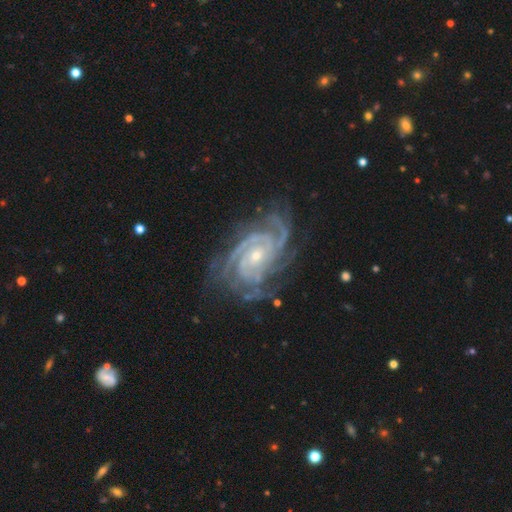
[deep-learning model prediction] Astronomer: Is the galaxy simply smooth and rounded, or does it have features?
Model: featured or disk — 93%.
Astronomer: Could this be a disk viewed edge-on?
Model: no — 97%.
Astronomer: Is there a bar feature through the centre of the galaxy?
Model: no — 68%.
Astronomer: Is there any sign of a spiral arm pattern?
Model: yes — 99%.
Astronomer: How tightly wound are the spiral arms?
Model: tight — 73%.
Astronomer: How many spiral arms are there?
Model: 4 — 30% (runner-up: 3, 27%).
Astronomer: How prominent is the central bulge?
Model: small — 69%.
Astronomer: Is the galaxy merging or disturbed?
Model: none — 73%.